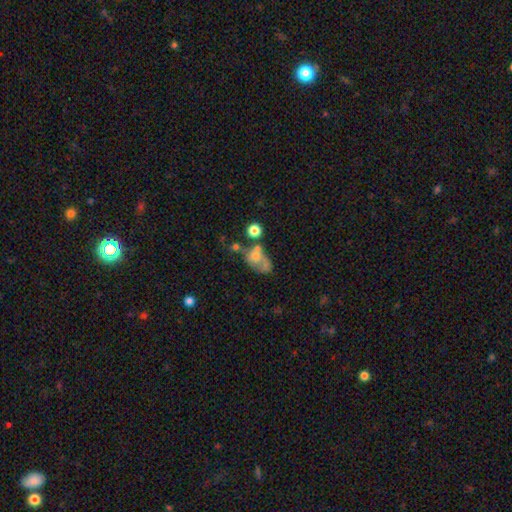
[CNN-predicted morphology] Smooth or featured? smooth (58%)
How rounded? in between (67%)
Merging? merger (36%)